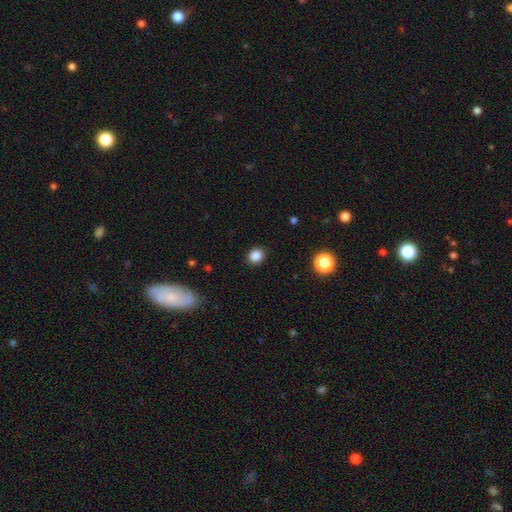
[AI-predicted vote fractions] Overall: smooth (86%). How rounded: round (80%). Merging: none (90%).